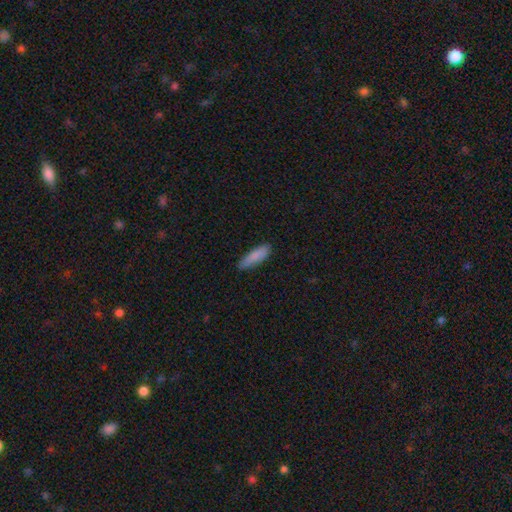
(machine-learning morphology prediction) type=smooth (86%); roundness=cigar-shaped (63%); merging=none (81%).